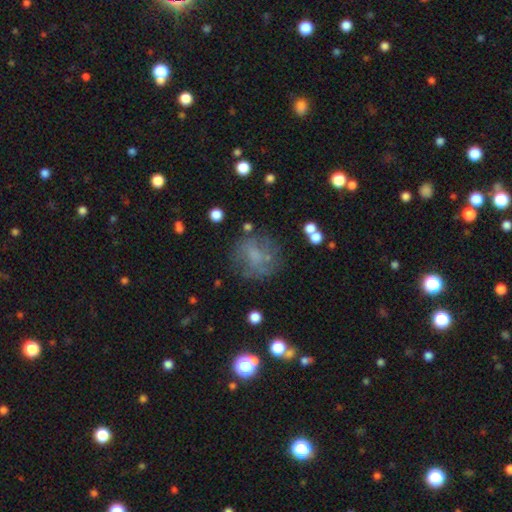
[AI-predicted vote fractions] Smooth or featured? Predicted: smooth (p=0.52). How rounded? Predicted: round (p=0.76). Merging? Predicted: none (p=0.63).